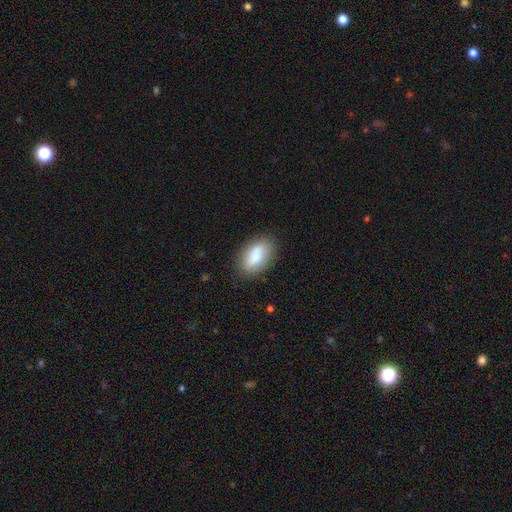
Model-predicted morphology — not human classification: The model was most divided on "merging": none: 78%, minor disturbance: 15%, major disturbance: 4%, merger: 2%. More confident: how rounded — in between (91%); smooth or featured — smooth (84%).